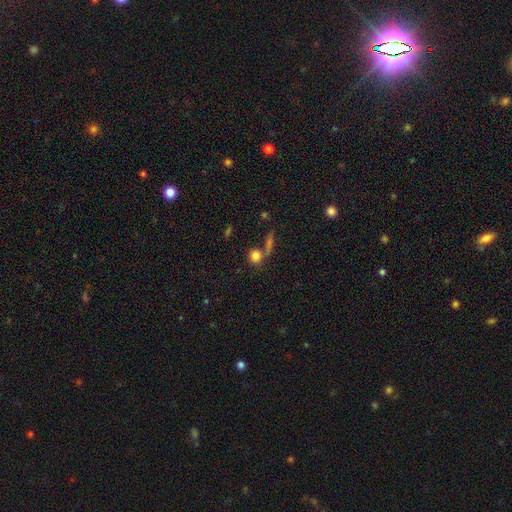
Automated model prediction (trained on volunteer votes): smooth_or_featured: smooth (p=0.79) [alt: star or artifact p=0.11]
how_rounded: round (p=0.81) [alt: in between p=0.15]
merging: none (p=0.54) [alt: merger p=0.30]